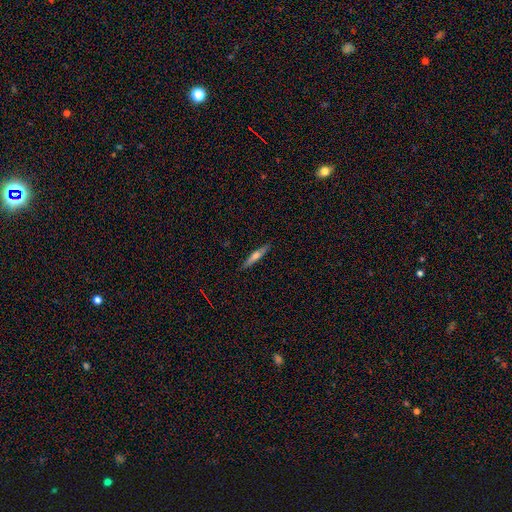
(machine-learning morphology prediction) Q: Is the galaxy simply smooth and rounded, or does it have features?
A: featured or disk — 48%.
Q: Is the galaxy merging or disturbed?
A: none — 89%.